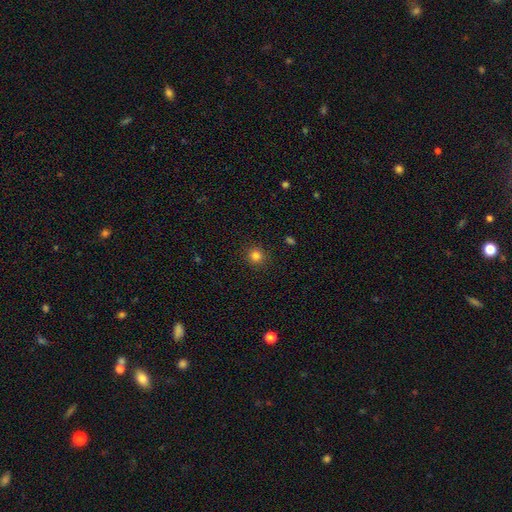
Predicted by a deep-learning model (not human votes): The model was most divided on "smooth or featured": smooth: 82%, star or artifact: 13%, featured or disk: 5%. More confident: how rounded — round (92%); merging — none (90%).